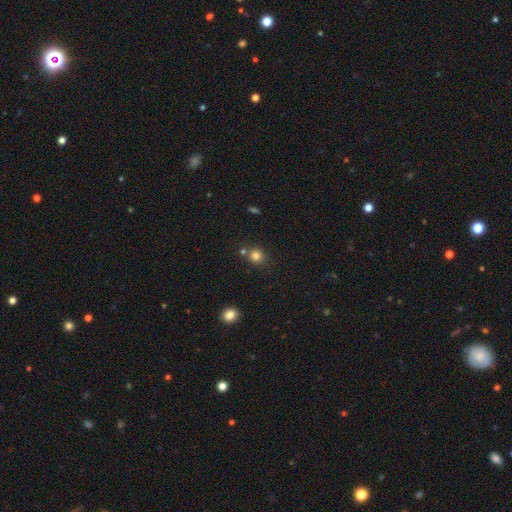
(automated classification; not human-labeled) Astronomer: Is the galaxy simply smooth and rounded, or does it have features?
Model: smooth — 80%.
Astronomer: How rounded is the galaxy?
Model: round — 81%.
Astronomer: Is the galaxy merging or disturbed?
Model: none — 71%.